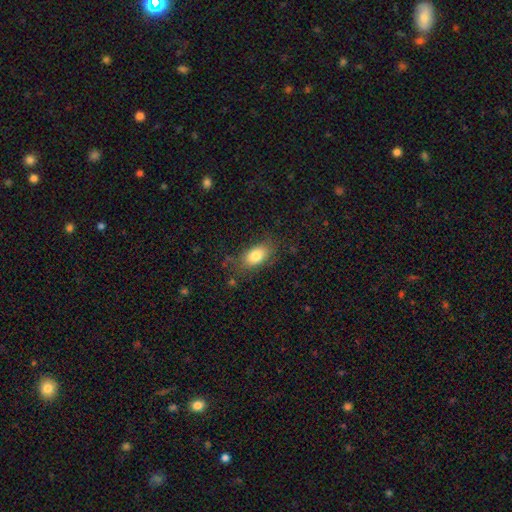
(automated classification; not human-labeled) The model was most divided on "merging": none: 76%, minor disturbance: 16%, major disturbance: 6%, merger: 2%. More confident: how rounded — in between (89%); smooth or featured — smooth (81%).